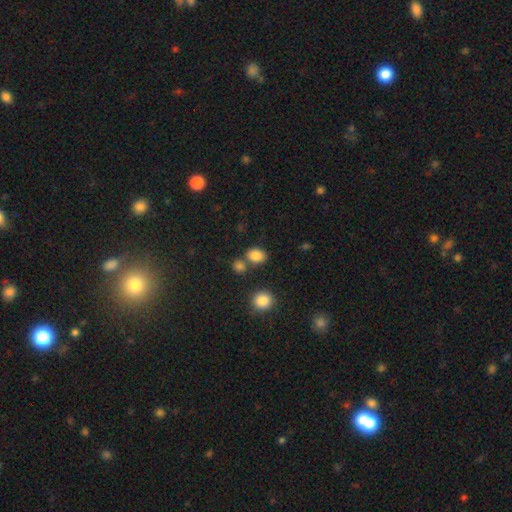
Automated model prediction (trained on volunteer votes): smooth 84%, star or artifact 12%, featured or disk 5%. Down the decision tree: how rounded — in between (54%); merging — none (66%).